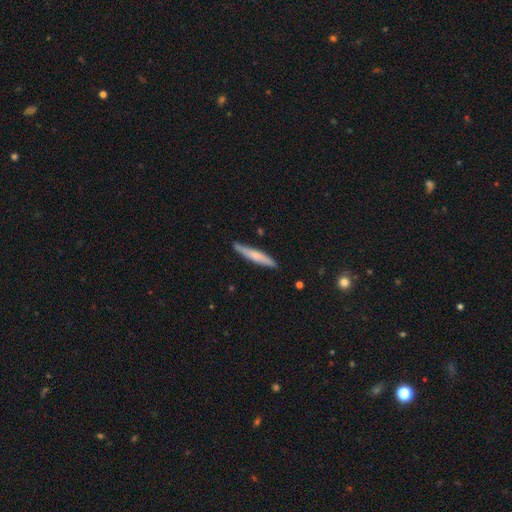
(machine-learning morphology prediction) Smooth or featured?
  - smooth: 59% *
  - featured or disk: 35%
  - star or artifact: 5%
How rounded?
  - cigar-shaped: 93% *
  - in between: 5%
  - round: 1%
Merging?
  - none: 86% *
  - minor disturbance: 11%
  - major disturbance: 2%
  - merger: 1%